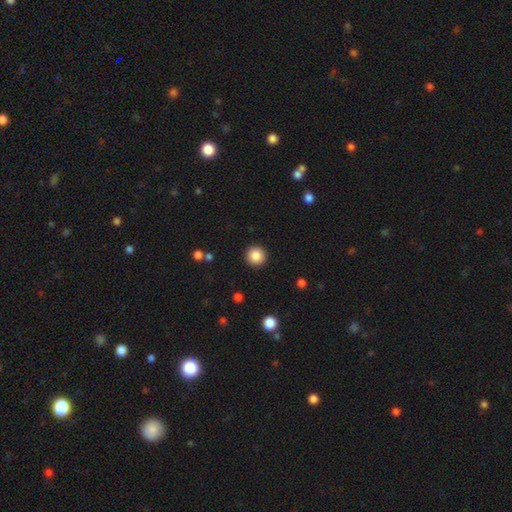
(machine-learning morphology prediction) This appears to be a smooth galaxy with no disk features (86%) that is round (96%). Merging: none (92%).